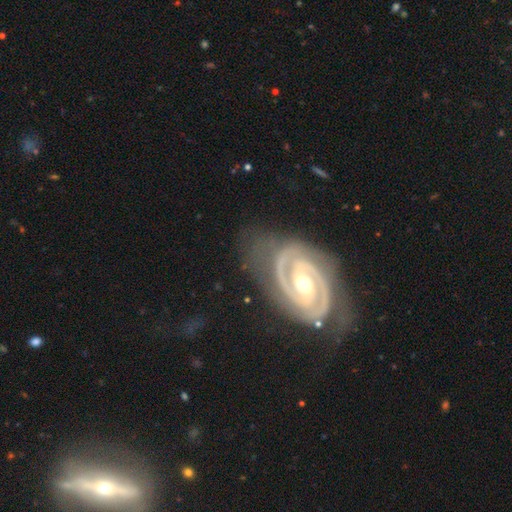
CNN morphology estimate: type=featured or disk (92%); edge-on=no (97%); bar=no (40%); spiral arms=yes (98%); winding=tight (71%); arm count=2 (87%); bulge=moderate (72%); merging=none (74%).